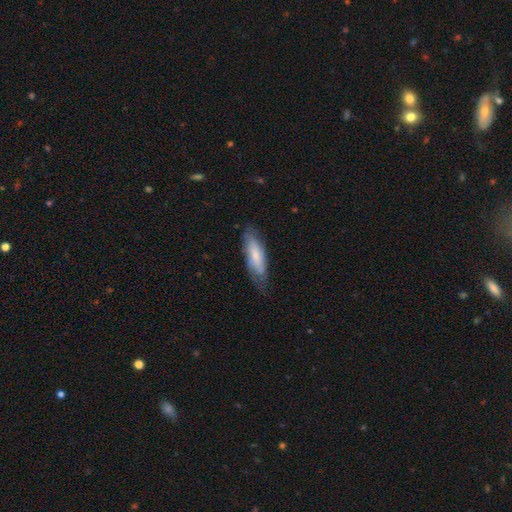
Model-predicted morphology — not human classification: smooth_or_featured: smooth (p=0.59) [alt: featured or disk p=0.35]
how_rounded: in between (p=0.52) [alt: cigar-shaped p=0.46]
merging: none (p=0.68) [alt: minor disturbance p=0.24]